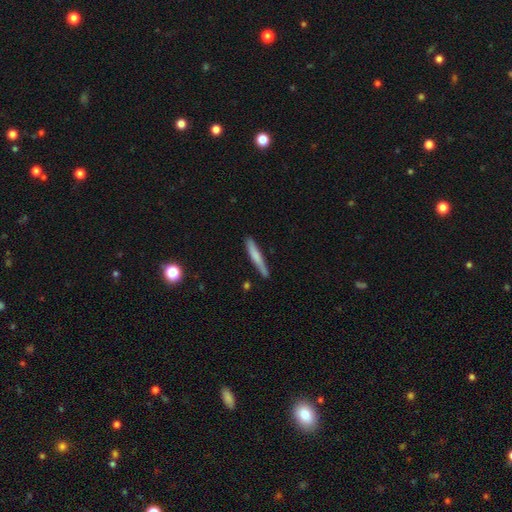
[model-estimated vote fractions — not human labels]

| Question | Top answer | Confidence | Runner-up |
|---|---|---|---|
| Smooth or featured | smooth | 68% | featured or disk (26%) |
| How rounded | cigar-shaped | 95% | in between (4%) |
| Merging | none | 82% | minor disturbance (13%) |